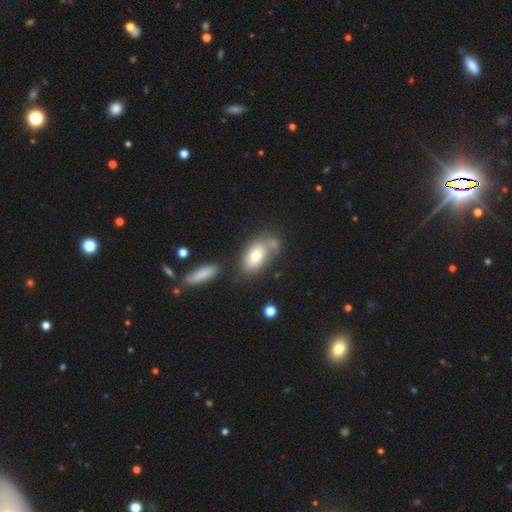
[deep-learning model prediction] Morphology: type=smooth (74%); roundness=in between (88%); merging=none (56%).